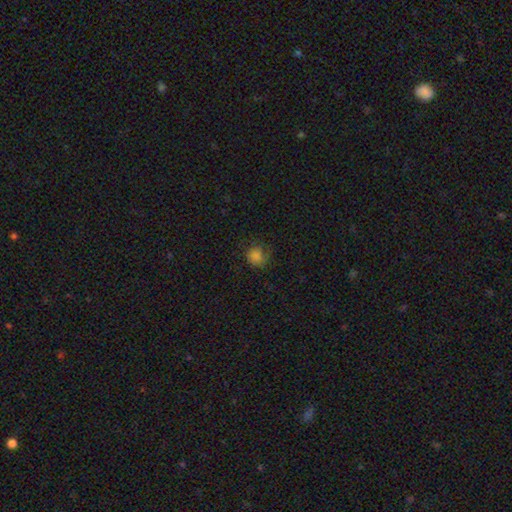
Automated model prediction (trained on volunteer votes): This is clearly a smooth galaxy (81%). How rounded: clearly round (85%). Merging: likely none (68%).